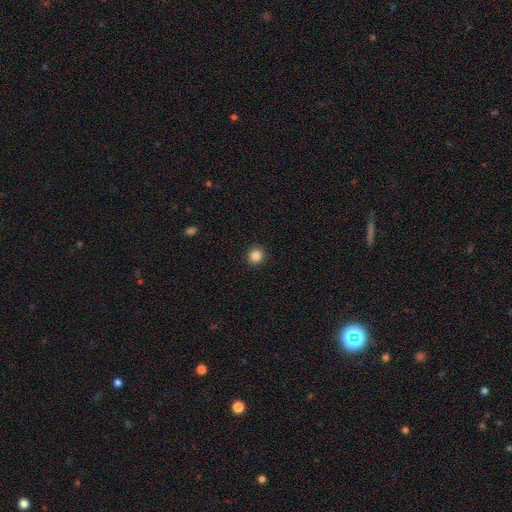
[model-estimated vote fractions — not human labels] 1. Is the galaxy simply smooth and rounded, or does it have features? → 86% smooth, 11% star or artifact, 3% featured or disk.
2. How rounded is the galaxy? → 94% round, 5% in between, 1% cigar-shaped.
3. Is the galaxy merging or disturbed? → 93% none, 5% minor disturbance, 2% major disturbance, 1% merger.